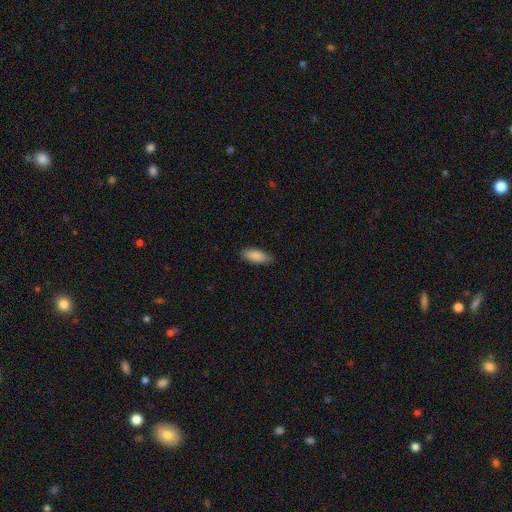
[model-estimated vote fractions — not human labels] Smooth or featured?
  - smooth: 87% *
  - featured or disk: 7%
  - star or artifact: 6%
How rounded?
  - in between: 77% *
  - cigar-shaped: 22%
  - round: 2%
Merging?
  - none: 85% *
  - minor disturbance: 12%
  - major disturbance: 2%
  - merger: 1%